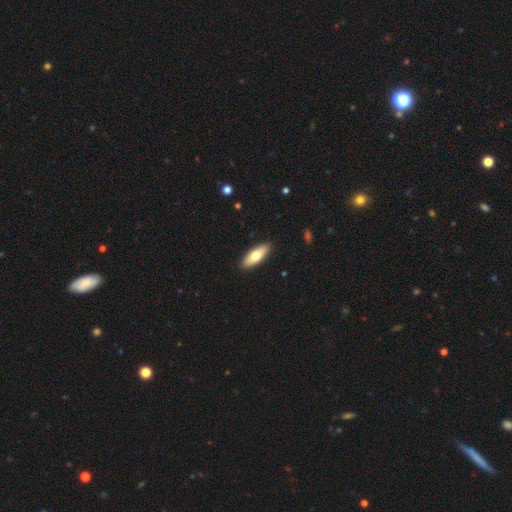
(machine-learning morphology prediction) Q: Smooth or featured?
A: smooth (70%); runner-up: featured or disk (25%)
Q: How rounded?
A: in between (71%); runner-up: cigar-shaped (27%)
Q: Merging?
A: none (90%); runner-up: minor disturbance (7%)